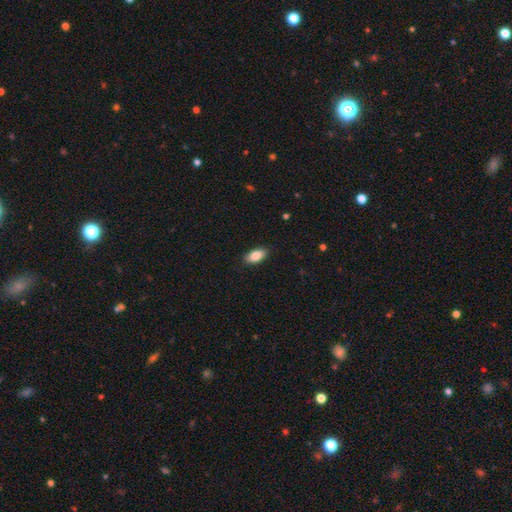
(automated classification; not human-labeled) Smooth or featured? smooth (86%)
How rounded? in between (91%)
Merging? none (87%)